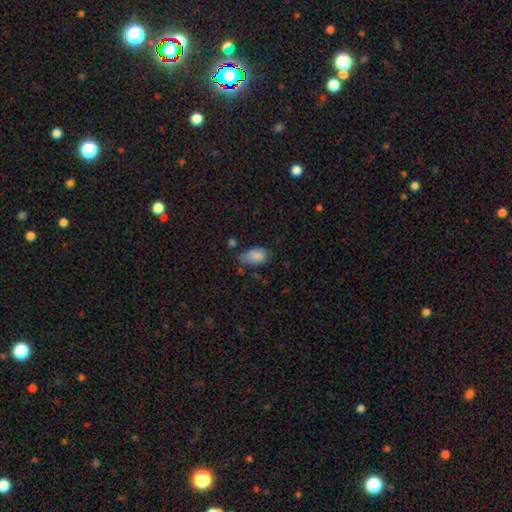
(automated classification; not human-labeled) This is clearly a smooth galaxy (82%). How rounded: clearly in between (90%). Merging: possibly none (46%).